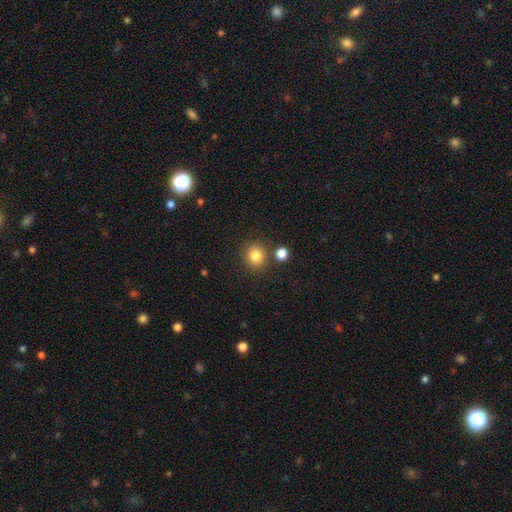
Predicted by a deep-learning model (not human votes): This appears to be a smooth galaxy with no disk features (83%) that is round (87%). Merging: none (81%).